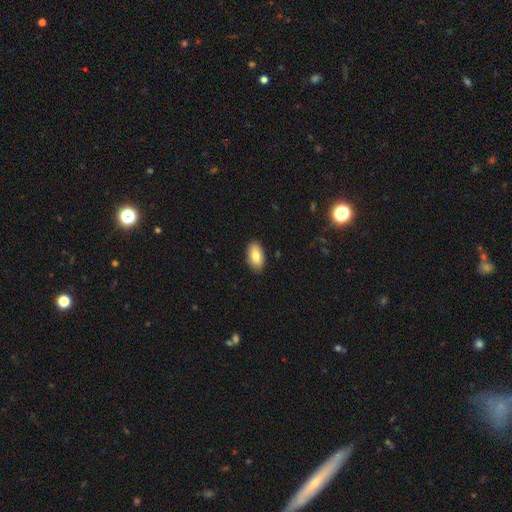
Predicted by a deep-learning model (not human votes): Smooth or featured? Predicted: smooth (p=0.82). How rounded? Predicted: in between (p=0.94). Merging? Predicted: none (p=0.87).